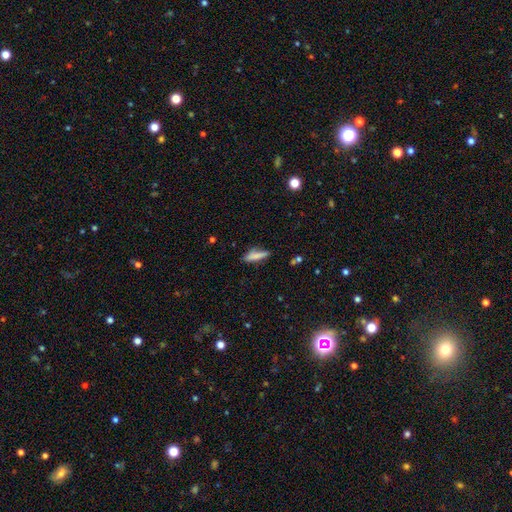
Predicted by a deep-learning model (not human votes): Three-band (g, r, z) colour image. It shows a smooth galaxy with no disk features (77%) that is cigar-shaped (71%). Merging: none (71%).